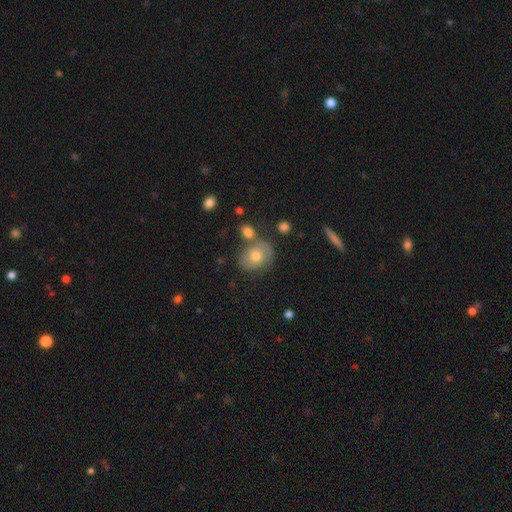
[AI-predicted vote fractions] This appears to be a smooth galaxy with no disk features (59%) that is round (50%). Merging: none (62%).